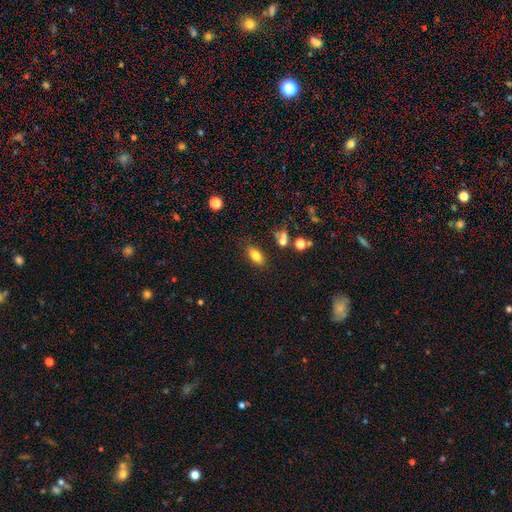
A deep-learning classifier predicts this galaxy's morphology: smooth_or_featured: smooth (p=0.80) [alt: star or artifact p=0.11]
how_rounded: in between (p=0.85) [alt: cigar-shaped p=0.08]
merging: none (p=0.80) [alt: minor disturbance p=0.12]